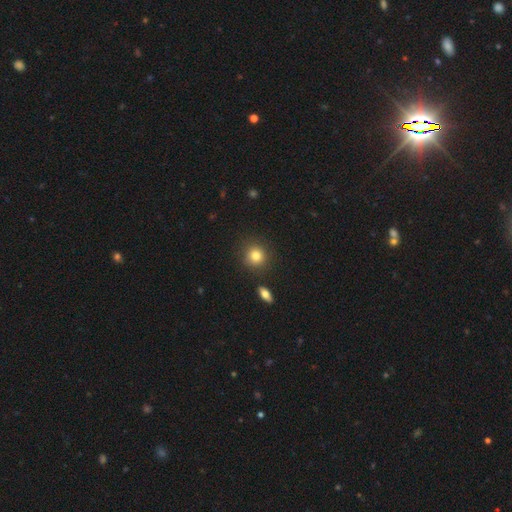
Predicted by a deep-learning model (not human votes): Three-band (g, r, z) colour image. It shows a smooth galaxy with no disk features (82%) that is round (89%). Merging: none (86%).